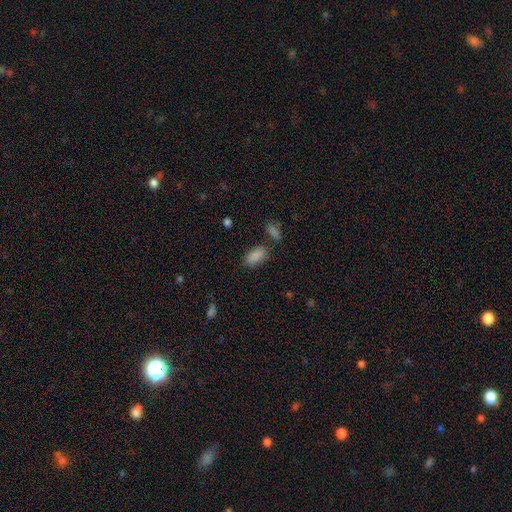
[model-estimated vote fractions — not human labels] smooth-or-featured: smooth: 86% | star or artifact: 9% | featured or disk: 5%
  how-rounded: in between: 91% | cigar-shaped: 6% | round: 3%
  merging: none: 70% | minor disturbance: 15% | merger: 10% | major disturbance: 5%